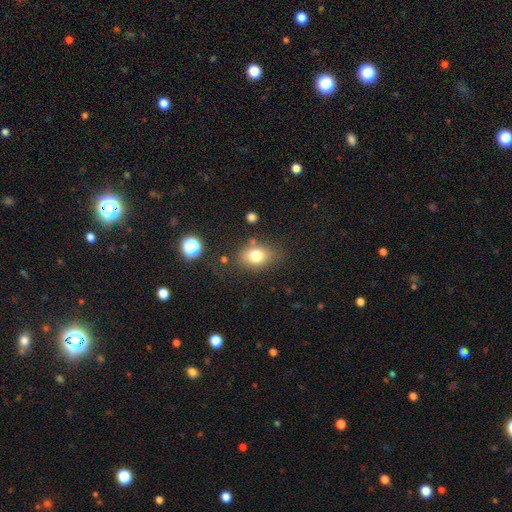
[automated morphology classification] type=smooth (77%); roundness=in between (69%); merging=none (72%).